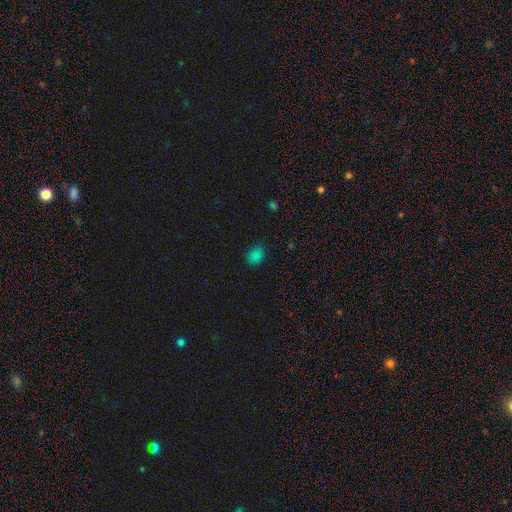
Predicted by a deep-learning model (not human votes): The model was most divided on "how rounded": in between: 52%, round: 47%, cigar-shaped: 1%. More confident: merging — none (80%); smooth or featured — smooth (80%).